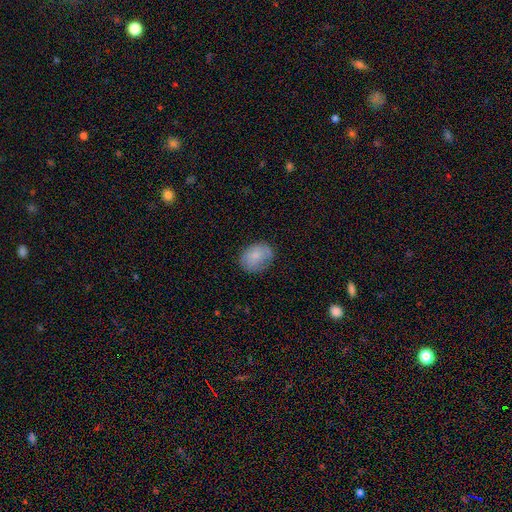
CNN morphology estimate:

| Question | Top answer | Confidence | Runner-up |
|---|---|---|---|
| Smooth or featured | smooth | 80% | featured or disk (12%) |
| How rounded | in between | 62% | round (37%) |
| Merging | none | 75% | minor disturbance (19%) |